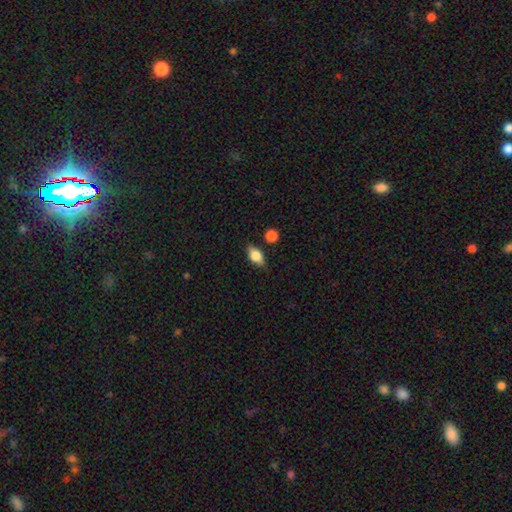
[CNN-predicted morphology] Smooth or featured? smooth (68%)
How rounded? in between (80%)
Merging? none (80%)